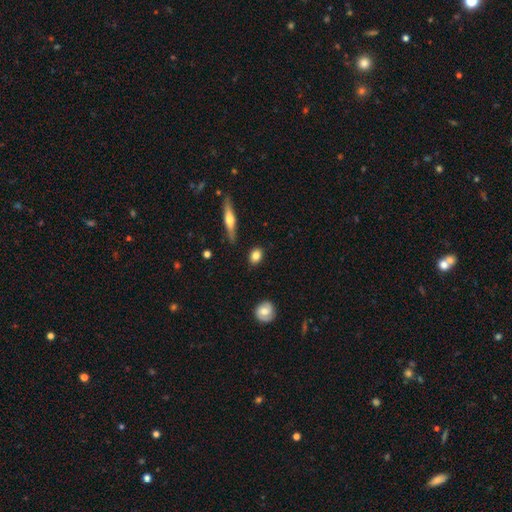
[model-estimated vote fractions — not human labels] A smooth galaxy with no disk features (82%) that is in between round and cigar-shaped (62%). Merging: none (85%).